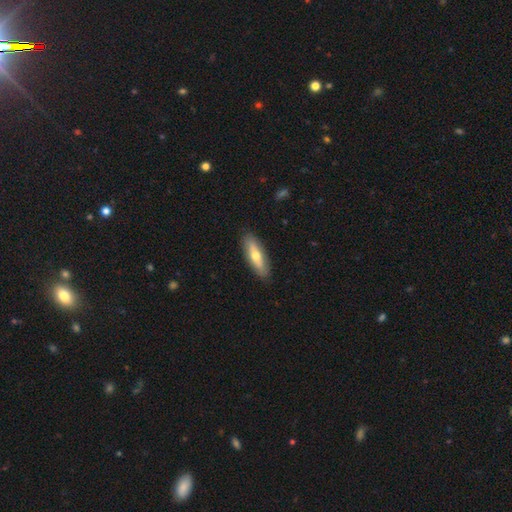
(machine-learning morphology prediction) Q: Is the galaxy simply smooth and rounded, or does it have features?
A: smooth — 57%.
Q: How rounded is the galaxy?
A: cigar-shaped — 50%.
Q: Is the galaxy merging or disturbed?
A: none — 88%.